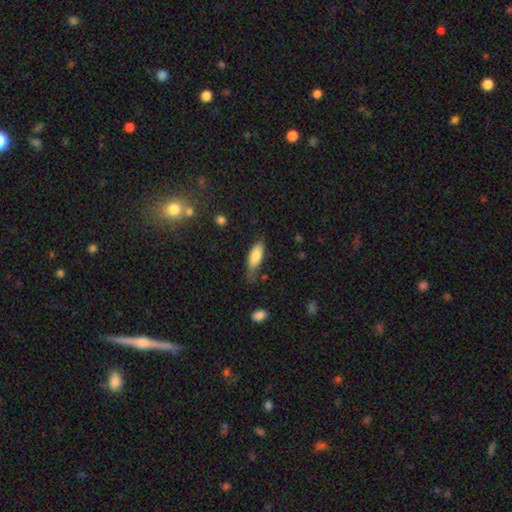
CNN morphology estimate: Smooth or featured?
  - smooth: 80% *
  - featured or disk: 14%
  - star or artifact: 6%
How rounded?
  - in between: 69% *
  - cigar-shaped: 29%
  - round: 2%
Merging?
  - none: 56% *
  - minor disturbance: 32%
  - major disturbance: 9%
  - merger: 3%